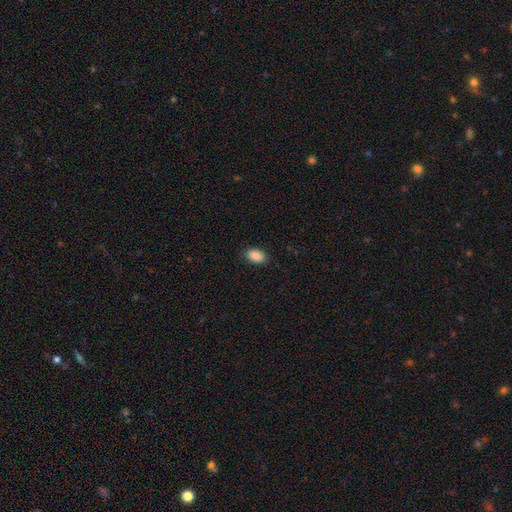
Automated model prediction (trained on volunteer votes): Smooth or featured: smooth — 89% (star or artifact — 7%)
How rounded: in between — 90% (round — 9%)
Merging: none — 87% (minor disturbance — 10%)